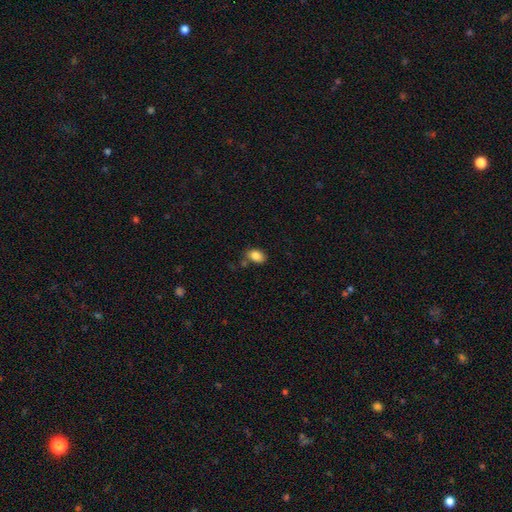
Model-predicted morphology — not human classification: type=smooth (85%); roundness=in between (84%); merging=none (71%).